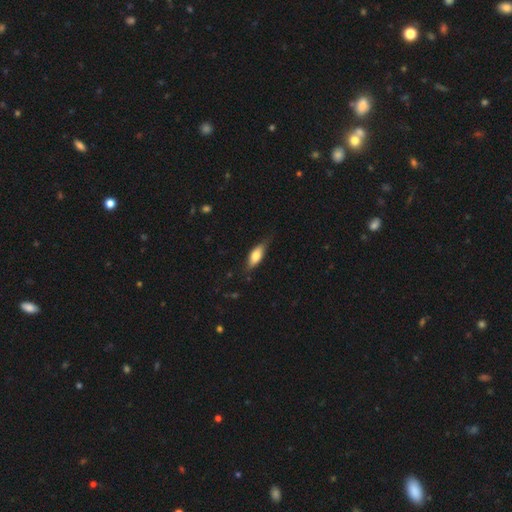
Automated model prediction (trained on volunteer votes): Overall: smooth (70%). How rounded: in between (73%). Merging: none (70%).